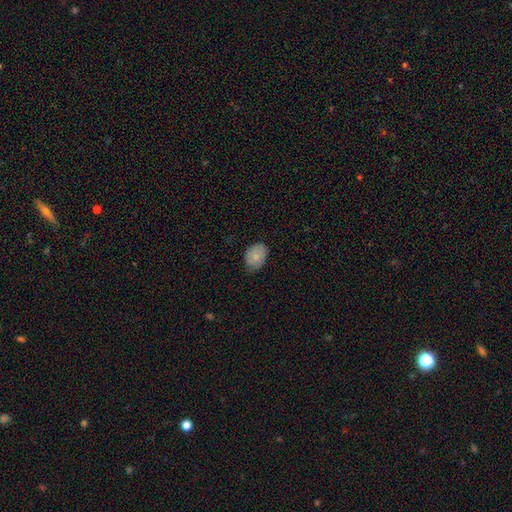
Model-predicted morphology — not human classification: Smooth or featured? Predicted: smooth (p=0.81). How rounded? Predicted: in between (p=0.77). Merging? Predicted: none (p=0.72).